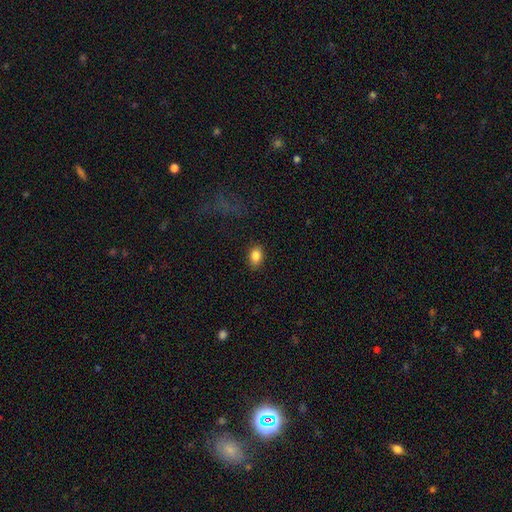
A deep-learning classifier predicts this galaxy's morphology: smooth_or_featured: smooth (p=0.85) [alt: star or artifact p=0.09]
how_rounded: in between (p=0.77) [alt: round p=0.21]
merging: none (p=0.87) [alt: minor disturbance p=0.10]